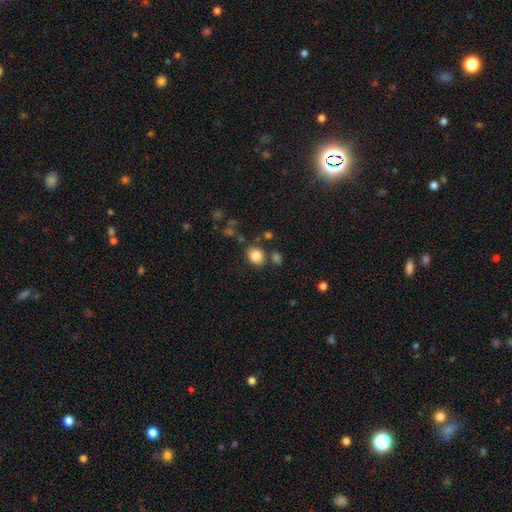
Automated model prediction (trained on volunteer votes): Smooth or featured? Predicted: smooth (p=0.84). How rounded? Predicted: round (p=0.55). Merging? Predicted: none (p=0.72).